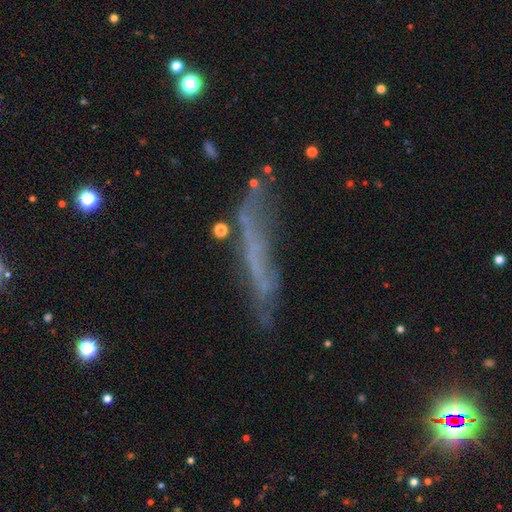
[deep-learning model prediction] Smooth or featured: featured or disk — 52% (smooth — 35%)
Edge-on disk: yes — 60% (no — 40%)
Merging: none — 52% (minor disturbance — 23%)